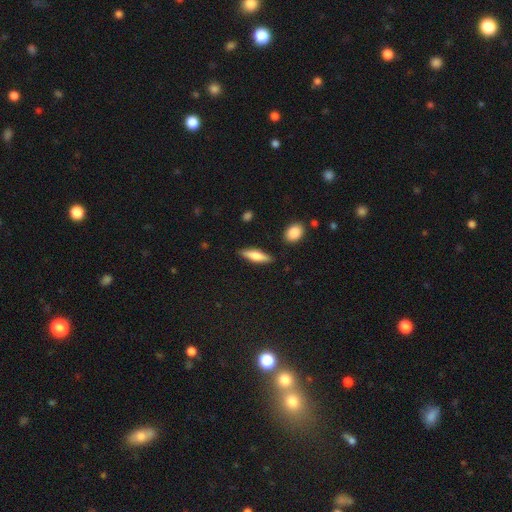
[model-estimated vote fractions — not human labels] A smooth galaxy with no disk features (68%) that is cigar-shaped (62%). Merging: none (85%).